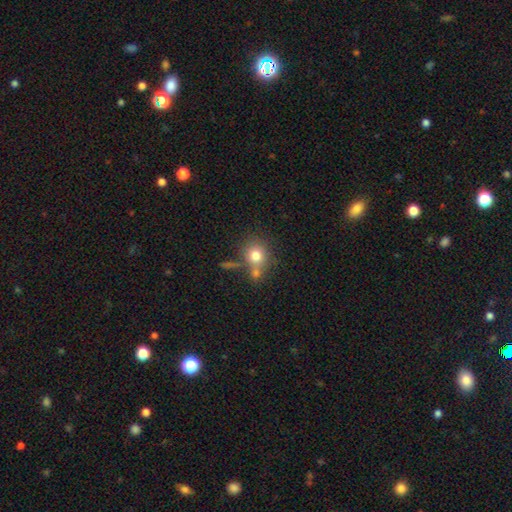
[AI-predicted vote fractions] The model was most divided on "merging": none: 54%, merger: 27%, minor disturbance: 13%, major disturbance: 6%. More confident: how rounded — round (79%); smooth or featured — smooth (76%).